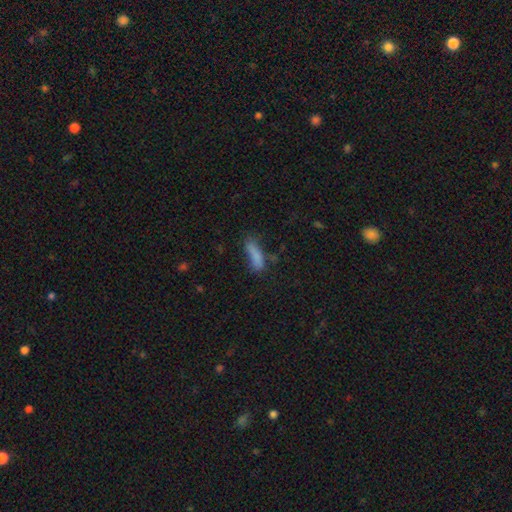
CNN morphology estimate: smooth_or_featured: smooth (p=0.79) [alt: featured or disk p=0.11]
how_rounded: cigar-shaped (p=0.49) [alt: in between p=0.48]
merging: none (p=0.48) [alt: minor disturbance p=0.29]